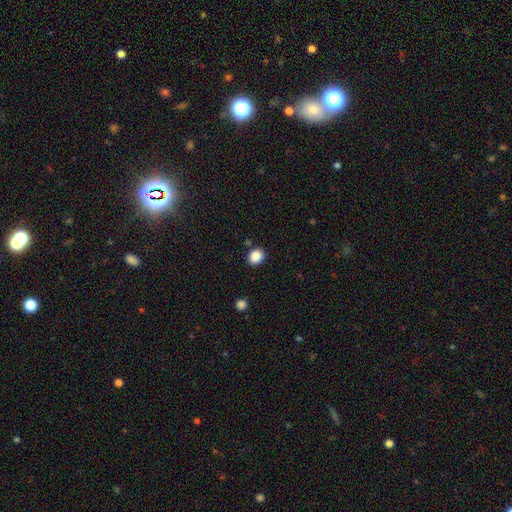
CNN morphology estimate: A smooth galaxy with no disk features (87%) that is round (70%). Merging: none (87%).